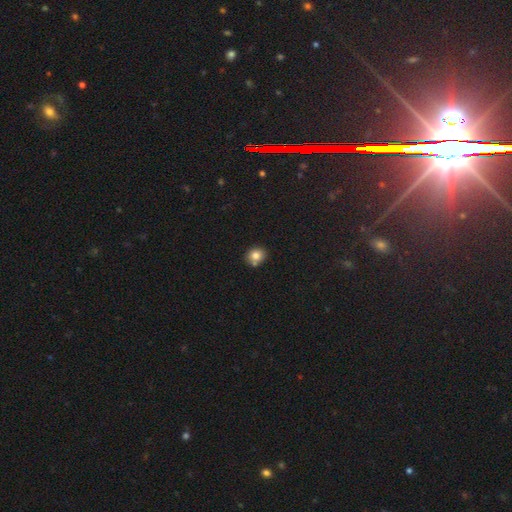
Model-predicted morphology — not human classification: type=smooth (80%); roundness=round (69%); merging=none (69%).